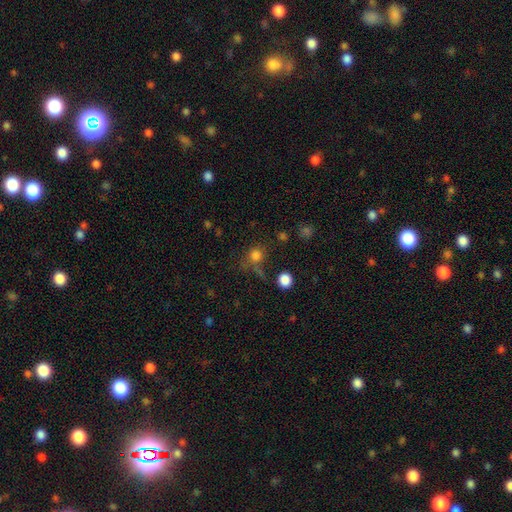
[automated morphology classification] smooth_or_featured: smooth (p=0.78) [alt: star or artifact p=0.16]
how_rounded: round (p=0.87) [alt: in between p=0.11]
merging: none (p=0.65) [alt: minor disturbance p=0.14]